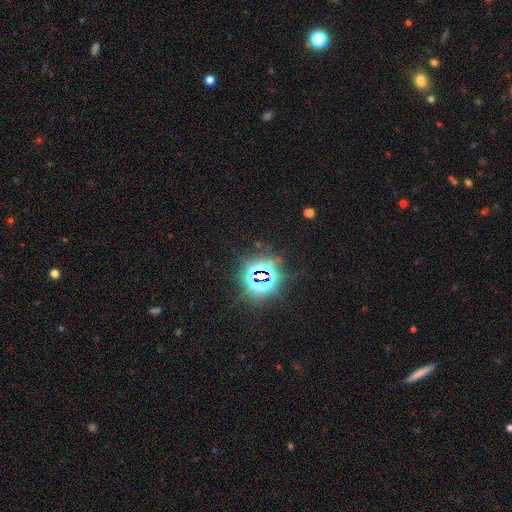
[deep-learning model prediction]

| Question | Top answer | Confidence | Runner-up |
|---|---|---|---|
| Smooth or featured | star or artifact | 80% | smooth (13%) |